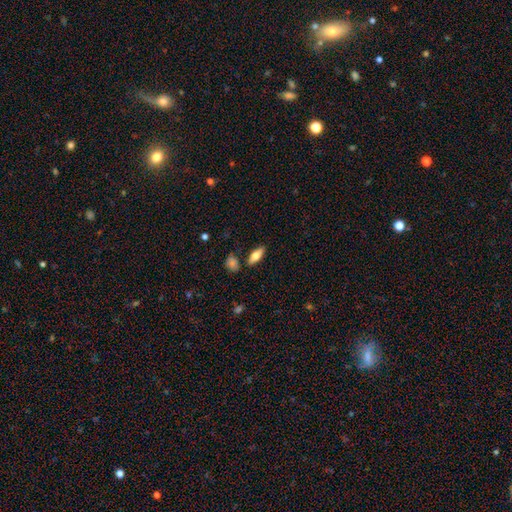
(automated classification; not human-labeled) This appears to be a smooth galaxy with no disk features (66%) that is in between round and cigar-shaped (73%). Merging: none (83%).